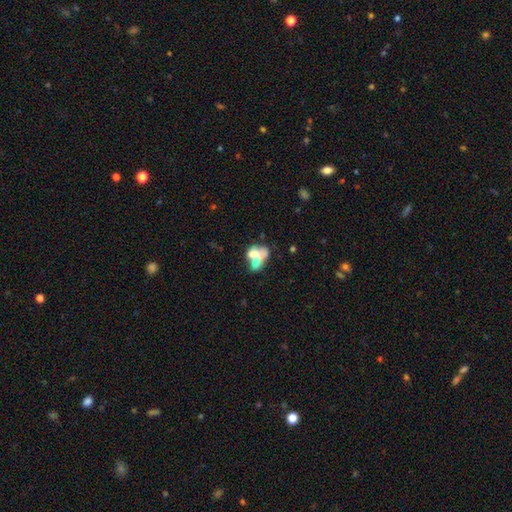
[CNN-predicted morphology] type=smooth (56%); roundness=in between (77%); merging=merger (61%).